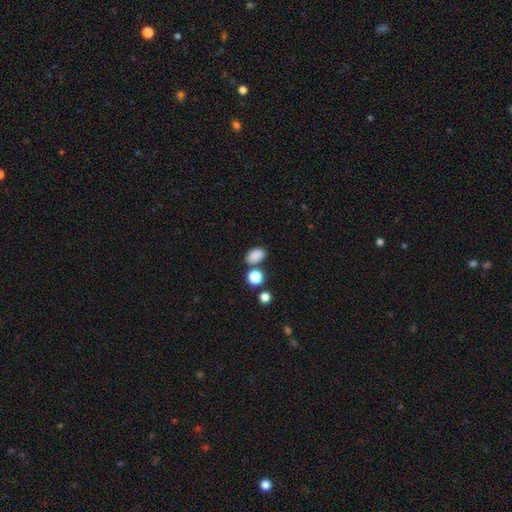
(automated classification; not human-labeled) smooth-or-featured: smooth: 83% | star or artifact: 12% | featured or disk: 5%
  how-rounded: in between: 83% | round: 16% | cigar-shaped: 1%
  merging: none: 67% | minor disturbance: 14% | merger: 14% | major disturbance: 5%